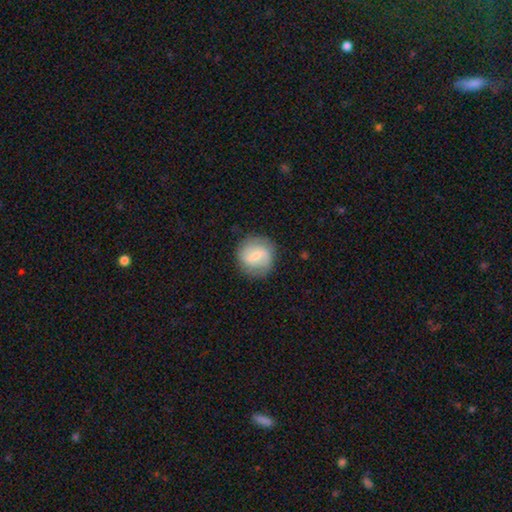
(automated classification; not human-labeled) Smooth or featured? Predicted: smooth (p=0.49). Merging? Predicted: none (p=0.81).